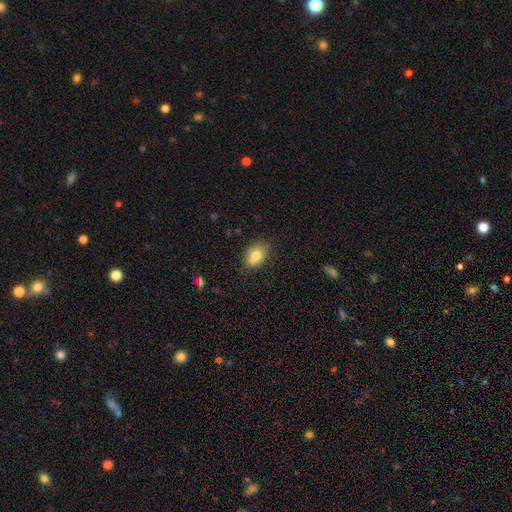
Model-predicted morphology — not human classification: A smooth galaxy with no disk features (78%) that is in between round and cigar-shaped (74%).

Vote fractions:
- Smooth or featured? smooth: 78% / featured or disk: 13% / star or artifact: 9%
- How rounded? in between: 74% / round: 24% / cigar-shaped: 1%
- Merging? none: 63% / minor disturbance: 22% / merger: 10% / major disturbance: 4%